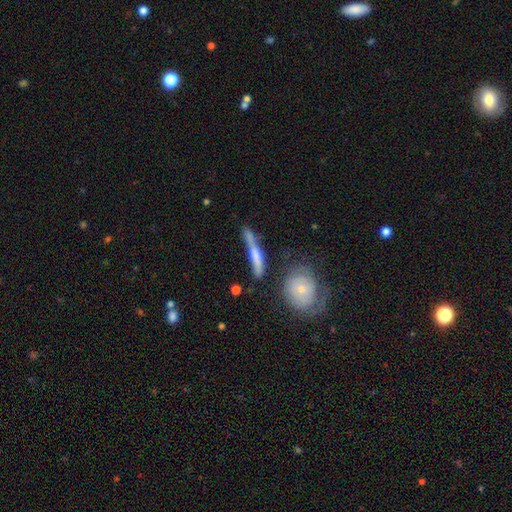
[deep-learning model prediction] A featured or disk galaxy (57%) viewed edge-on (74%).

Vote fractions:
- Smooth or featured? featured or disk: 57% / smooth: 33% / star or artifact: 10%
- Edge-on disk? yes: 74% / no: 26%
- Merging? none: 58% / minor disturbance: 21% / merger: 11% / major disturbance: 10%